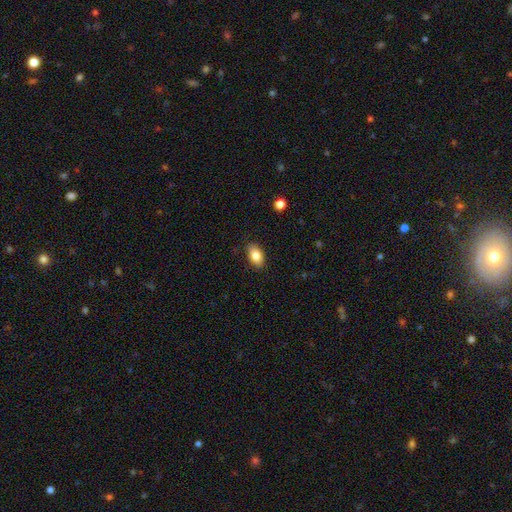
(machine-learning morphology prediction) Smooth or featured: smooth — 84% (featured or disk — 8%)
How rounded: in between — 91% (round — 7%)
Merging: none — 87% (minor disturbance — 10%)